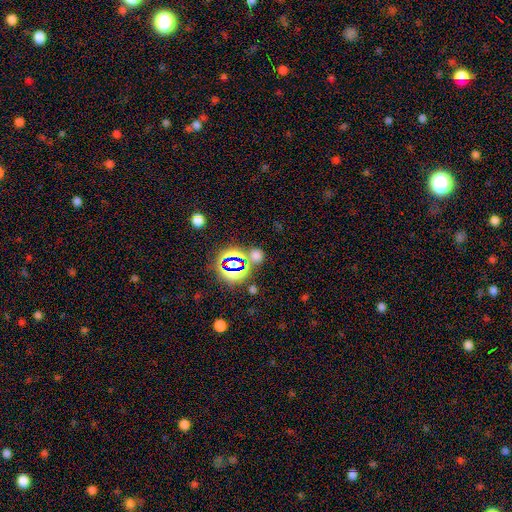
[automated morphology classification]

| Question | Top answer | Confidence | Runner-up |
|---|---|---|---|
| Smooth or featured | smooth | 47% | star or artifact (46%) |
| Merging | none | 70% | merger (15%) |